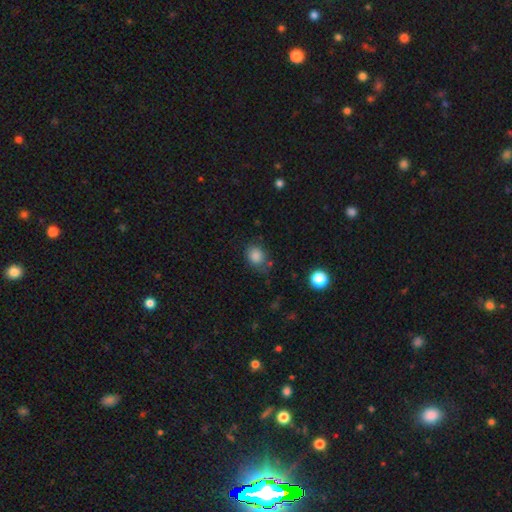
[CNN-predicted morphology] smooth-or-featured: smooth: 83% | star or artifact: 11% | featured or disk: 6%
  how-rounded: round: 52% | in between: 47% | cigar-shaped: 1%
  merging: none: 64% | minor disturbance: 24% | major disturbance: 8% | merger: 4%